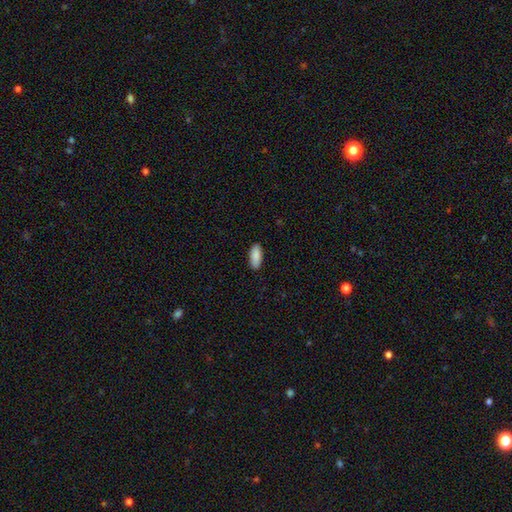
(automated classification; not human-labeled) smooth 90%, star or artifact 6%, featured or disk 4%. Down the decision tree: how rounded — in between (85%); merging — none (88%).